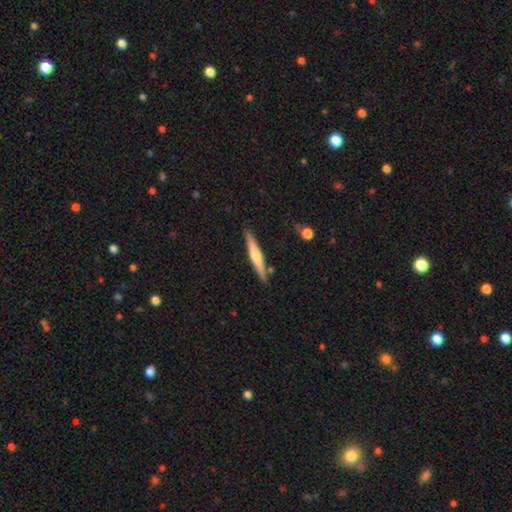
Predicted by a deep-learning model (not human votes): Smooth or featured? featured or disk (56%)
Edge-on disk? yes (97%)
Edge-on bulge? rounded (72%)
Merging? none (87%)